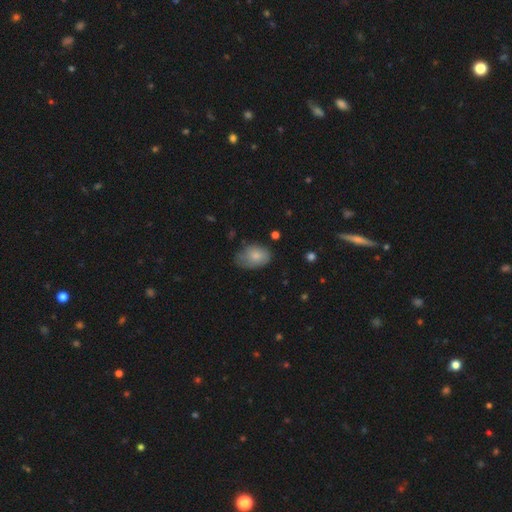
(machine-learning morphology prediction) This is clearly a smooth galaxy (80%). How rounded: clearly in between (85%). Merging: possibly none (53%).